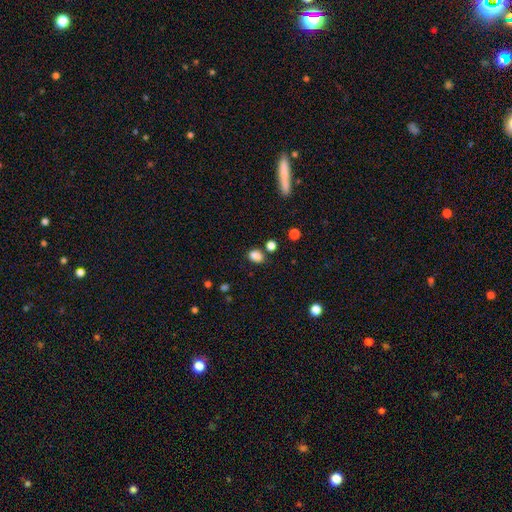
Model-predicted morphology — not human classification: The model was most divided on "how rounded": in between: 71%, round: 28%, cigar-shaped: 1%. More confident: smooth or featured — smooth (84%); merging — none (73%).